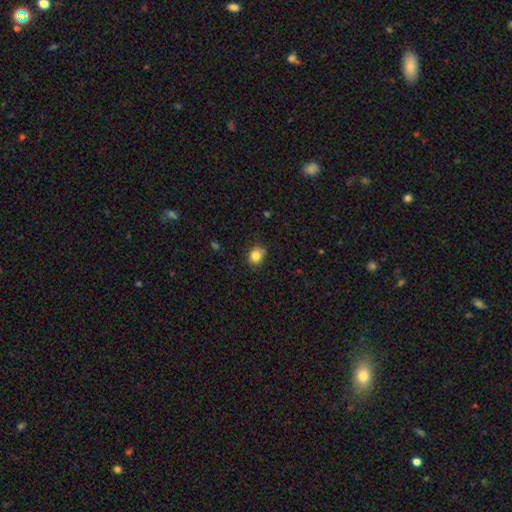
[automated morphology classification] The model was most divided on "how rounded": round: 67%, in between: 32%, cigar-shaped: 1%. More confident: smooth or featured — smooth (83%); merging — none (74%).